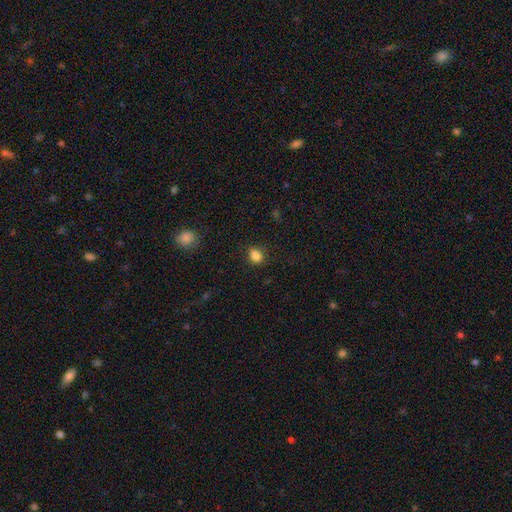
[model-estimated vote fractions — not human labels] This is clearly a smooth galaxy (84%). How rounded: possibly in between (55%). Merging: clearly none (80%).